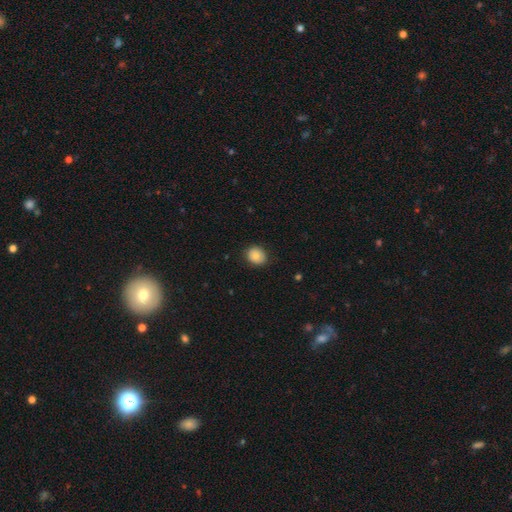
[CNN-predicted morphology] Overall: smooth (82%). How rounded: round (68%; in between 31%). Merging: none (85%).